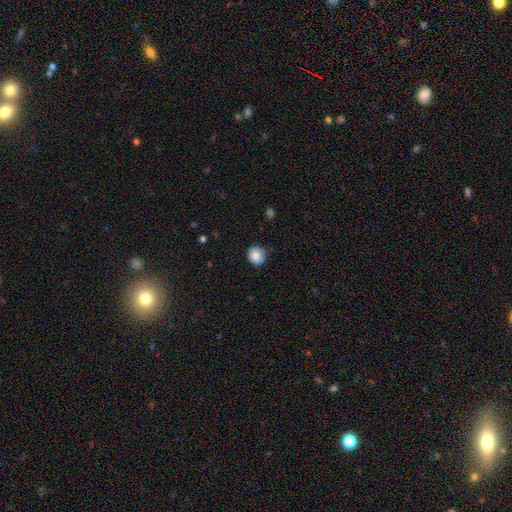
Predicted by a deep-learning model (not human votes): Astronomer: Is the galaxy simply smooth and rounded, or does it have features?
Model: smooth — 86%.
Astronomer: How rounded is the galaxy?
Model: round — 77%.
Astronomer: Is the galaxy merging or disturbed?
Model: none — 79%.